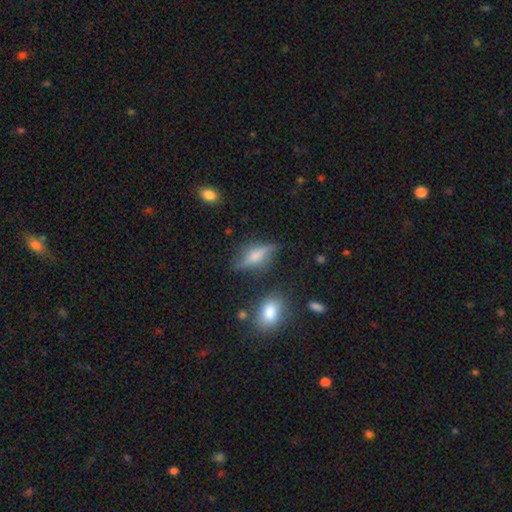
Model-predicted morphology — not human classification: A featured or disk galaxy (48%). Merging: none (71%).